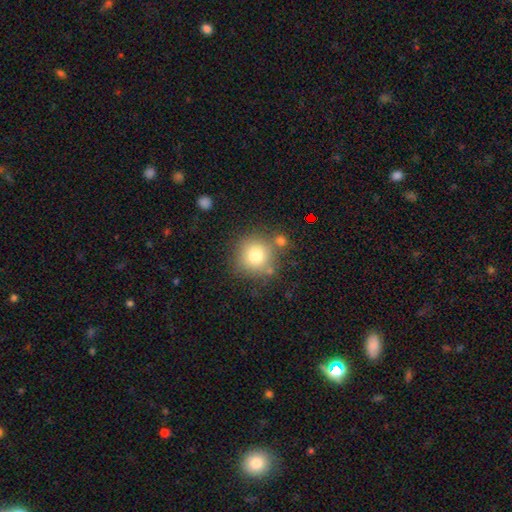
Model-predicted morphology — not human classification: Smooth or featured? Predicted: smooth (p=0.77). How rounded? Predicted: round (p=0.92). Merging? Predicted: none (p=0.72).